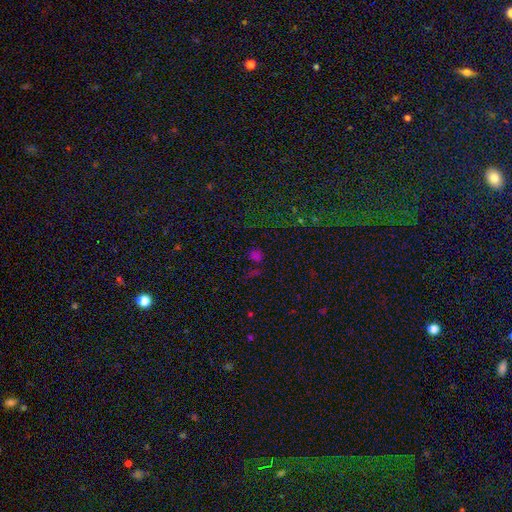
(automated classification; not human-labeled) This is possibly a smooth galaxy (50%). How rounded: likely round (74%). Merging: likely none (70%).